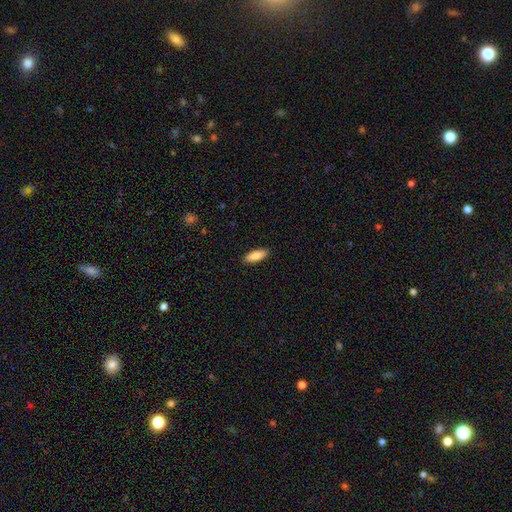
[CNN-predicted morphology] The model was most divided on "how rounded": in between: 69%, cigar-shaped: 29%, round: 2%. More confident: merging — none (89%); smooth or featured — smooth (87%).